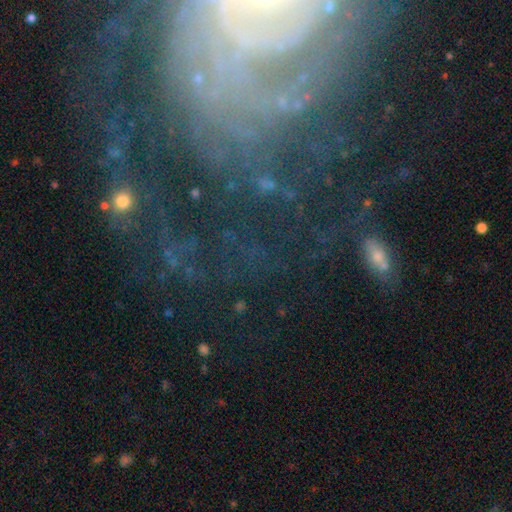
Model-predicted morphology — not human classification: Smooth or featured?
  - featured or disk: 43% *
  - star or artifact: 36%
  - smooth: 21%
Merging?
  - none: 63% *
  - minor disturbance: 17%
  - major disturbance: 14%
  - merger: 6%